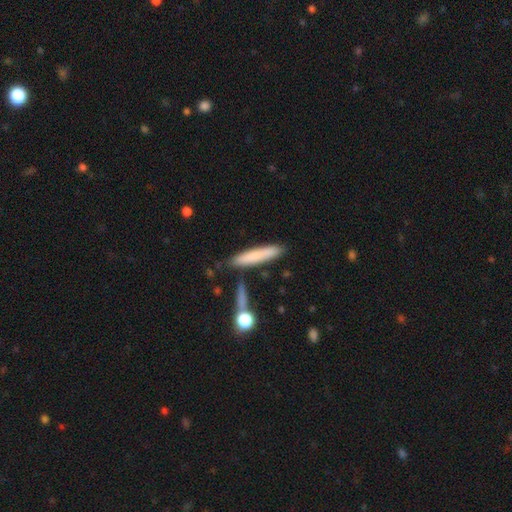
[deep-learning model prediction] smooth-or-featured: smooth: 75% | featured or disk: 18% | star or artifact: 7%
  how-rounded: cigar-shaped: 88% | in between: 10% | round: 2%
  merging: none: 79% | minor disturbance: 12% | merger: 6% | major disturbance: 3%